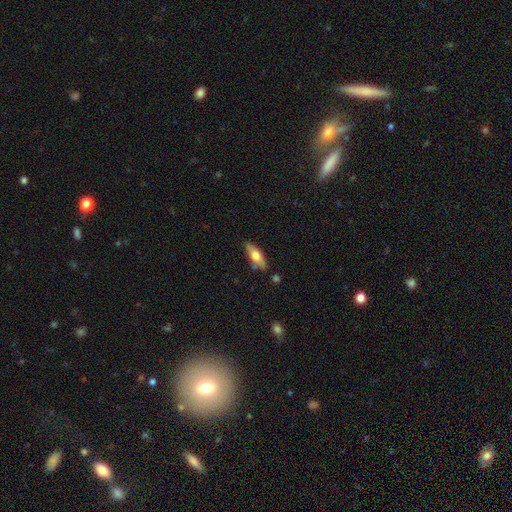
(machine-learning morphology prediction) smooth 60%, featured or disk 34%, star or artifact 6%. Down the decision tree: how rounded — in between (65%); merging — none (78%).